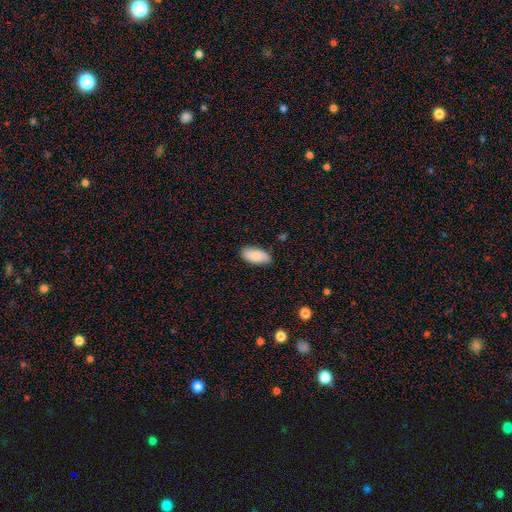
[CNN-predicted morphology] Smooth or featured: smooth — 86% (featured or disk — 8%)
How rounded: in between — 92% (cigar-shaped — 6%)
Merging: none — 81% (minor disturbance — 16%)